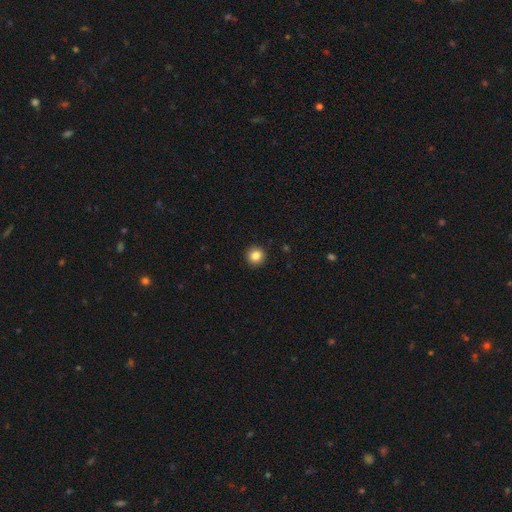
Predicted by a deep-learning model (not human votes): smooth-or-featured: smooth: 85% | star or artifact: 10% | featured or disk: 5%
  how-rounded: round: 95% | in between: 4% | cigar-shaped: 1%
  merging: none: 93% | minor disturbance: 5% | major disturbance: 2% | merger: 1%